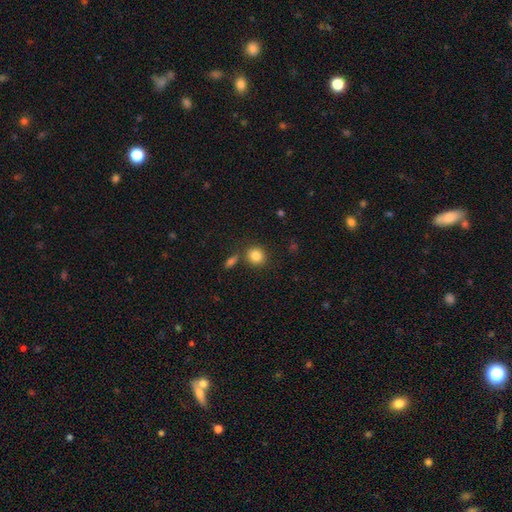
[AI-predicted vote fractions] This appears to be a smooth galaxy with no disk features (85%) that is round (79%). Merging: none (77%).